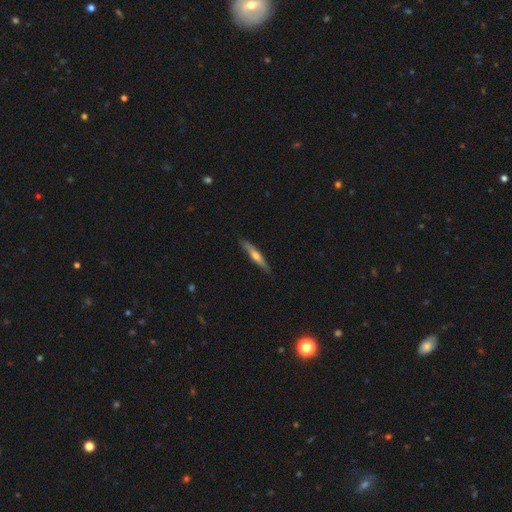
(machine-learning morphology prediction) smooth-or-featured: featured or disk: 53% | smooth: 41% | star or artifact: 6%
  disk-edge-on: yes: 95% | no: 5%
    edge-on-bulge: rounded: 84% | none: 12% | boxy: 4%
  merging: none: 89% | minor disturbance: 8% | major disturbance: 2% | merger: 1%